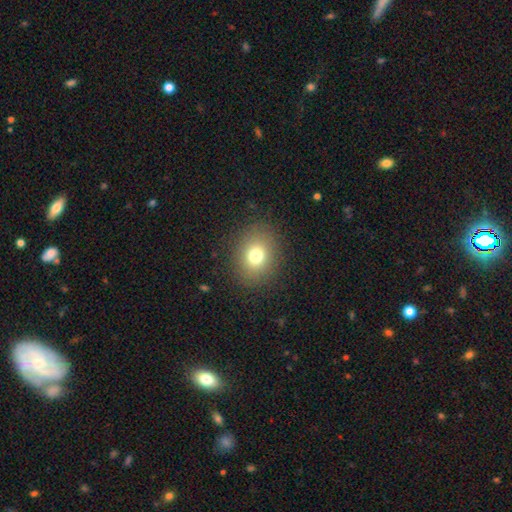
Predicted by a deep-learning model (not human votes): A smooth galaxy with no disk features (75%) that is round (55%). Merging: none (87%).